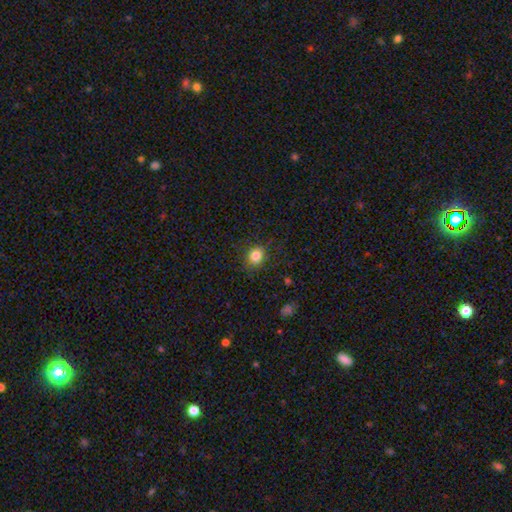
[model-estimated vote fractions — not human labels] This appears to be a smooth galaxy with no disk features (83%) that is round (69%). Merging: none (85%).